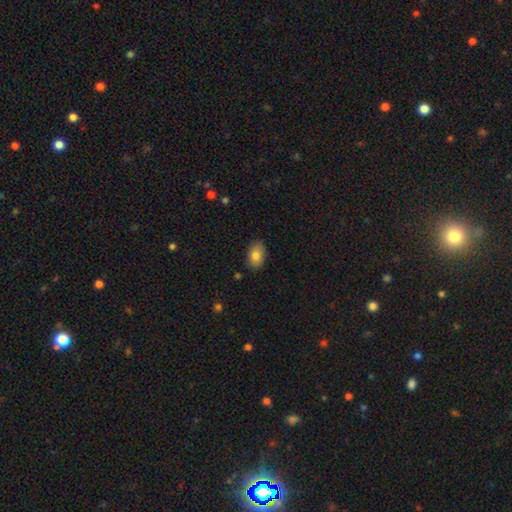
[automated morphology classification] smooth_or_featured: smooth (p=0.81) [alt: featured or disk p=0.11]
how_rounded: in between (p=0.86) [alt: round p=0.12]
merging: none (p=0.84) [alt: minor disturbance p=0.12]